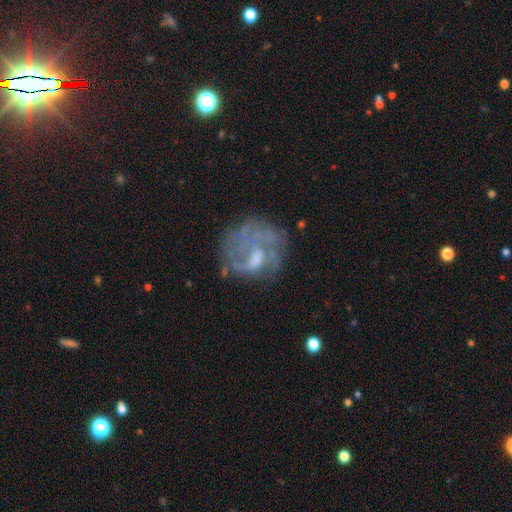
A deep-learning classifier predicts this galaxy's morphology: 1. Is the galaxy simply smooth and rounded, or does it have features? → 66% featured or disk, 24% smooth, 10% star or artifact.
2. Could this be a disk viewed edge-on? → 98% no, 2% yes.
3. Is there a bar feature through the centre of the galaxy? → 57% no, 36% weak, 7% strong.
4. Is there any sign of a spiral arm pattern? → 55% yes, 45% no.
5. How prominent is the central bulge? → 39% moderate, 29% none, 24% small, 6% large, 1% dominant.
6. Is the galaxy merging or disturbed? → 49% none, 28% major disturbance, 20% minor disturbance, 4% merger.